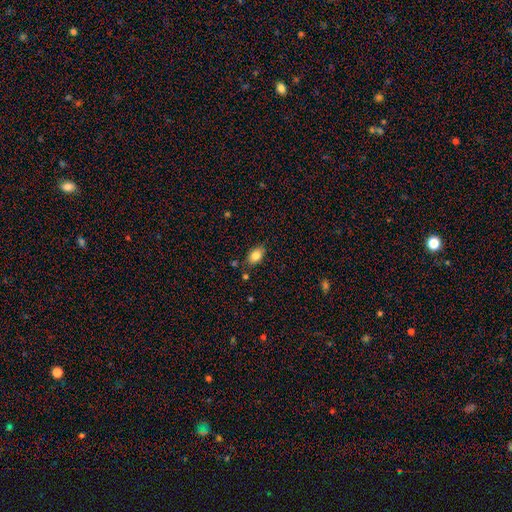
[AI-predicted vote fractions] Morphology: type=smooth (83%); roundness=in between (86%); merging=none (80%).